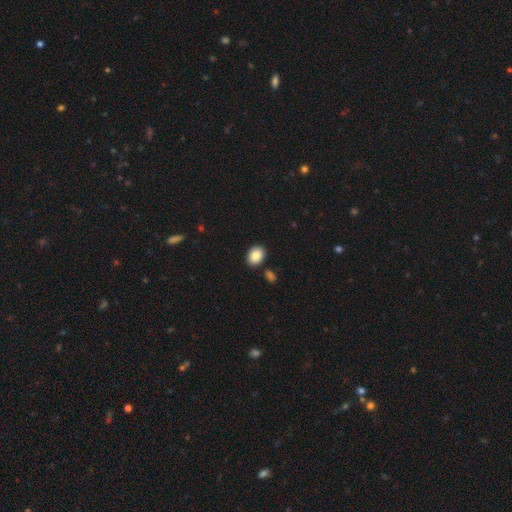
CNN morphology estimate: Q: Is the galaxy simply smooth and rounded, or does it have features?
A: smooth — 88%.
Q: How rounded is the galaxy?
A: in between — 66%.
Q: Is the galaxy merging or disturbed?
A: none — 86%.